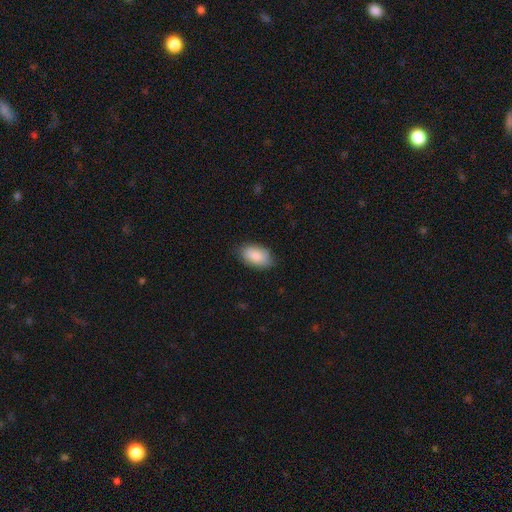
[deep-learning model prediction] A smooth galaxy with no disk features (86%) that is in between round and cigar-shaped (93%).

Vote fractions:
- Smooth or featured? smooth: 86% / featured or disk: 8% / star or artifact: 6%
- How rounded? in between: 93% / round: 5% / cigar-shaped: 2%
- Merging? none: 77% / minor disturbance: 18% / major disturbance: 3% / merger: 1%